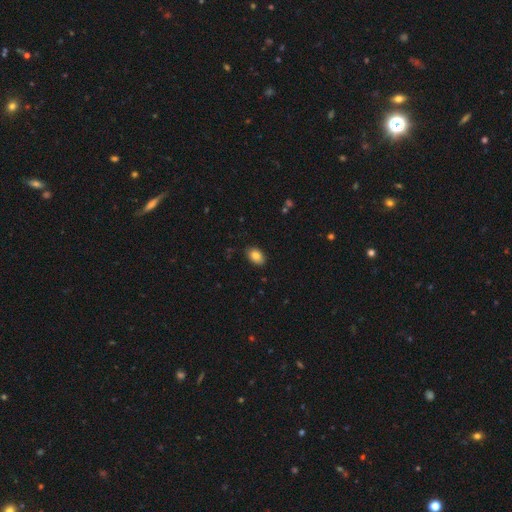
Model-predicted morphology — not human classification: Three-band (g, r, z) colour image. It shows a smooth galaxy with no disk features (85%) that is in between round and cigar-shaped (88%). Merging: none (86%).